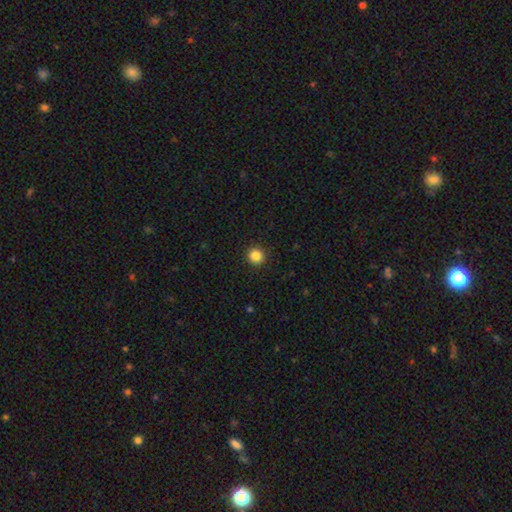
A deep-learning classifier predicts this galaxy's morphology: This appears to be a smooth galaxy with no disk features (85%) that is round (94%). Merging: none (93%).